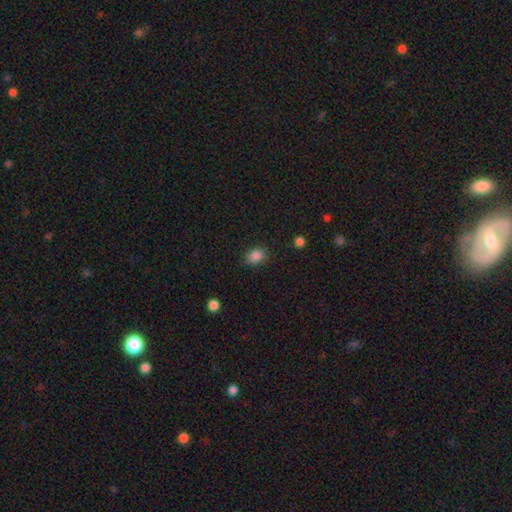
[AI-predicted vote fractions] Smooth or featured: smooth — 86% (star or artifact — 10%)
How rounded: in between — 61% (round — 38%)
Merging: none — 81% (minor disturbance — 14%)